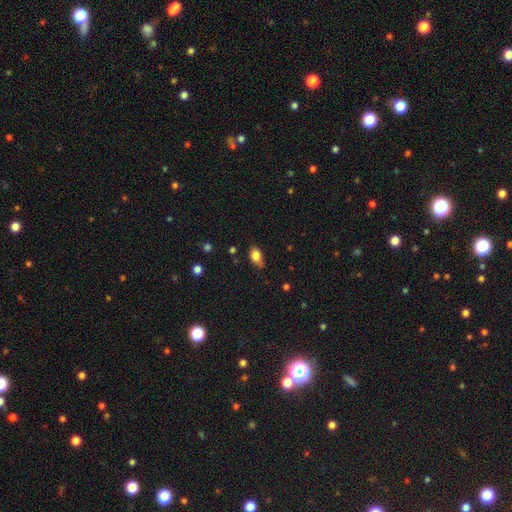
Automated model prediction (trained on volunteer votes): Smooth or featured? smooth (82%)
How rounded? in between (82%)
Merging? none (67%)